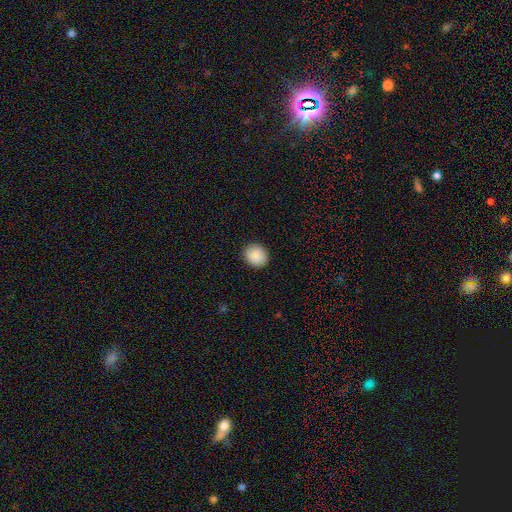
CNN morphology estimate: Smooth or featured? smooth (90%)
How rounded? round (74%)
Merging? none (90%)